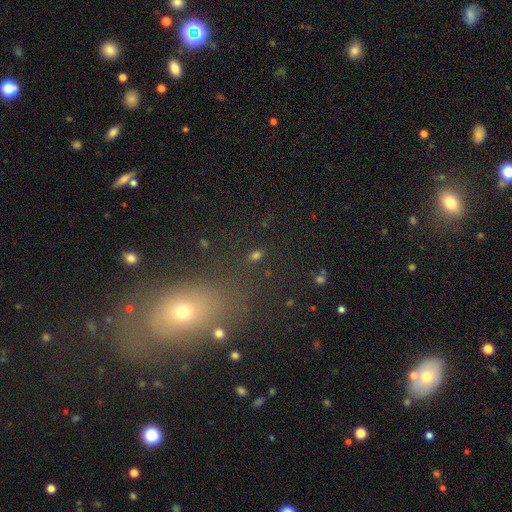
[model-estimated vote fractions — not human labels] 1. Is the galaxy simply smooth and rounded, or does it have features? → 50% smooth, 36% star or artifact, 14% featured or disk.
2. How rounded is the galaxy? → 51% in between, 44% round, 5% cigar-shaped.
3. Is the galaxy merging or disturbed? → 70% none, 13% minor disturbance, 9% major disturbance, 8% merger.